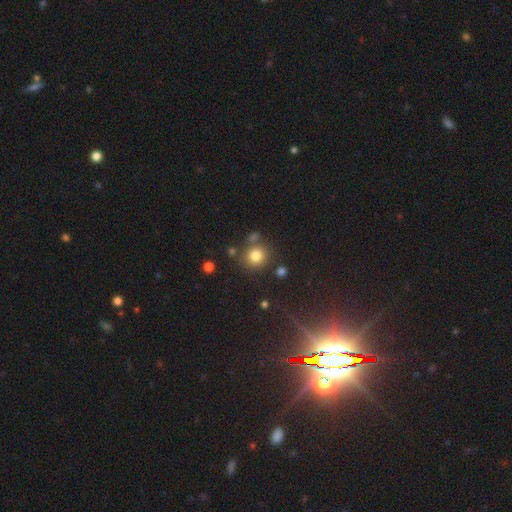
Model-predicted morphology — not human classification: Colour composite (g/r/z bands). It shows a smooth galaxy with no disk features (80%) that is round (88%). Merging: none (75%).